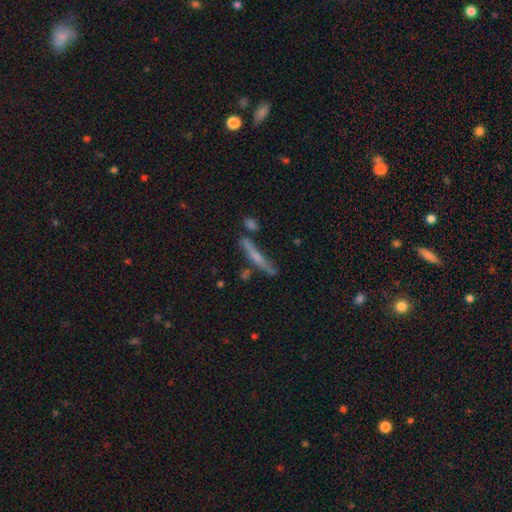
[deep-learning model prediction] smooth-or-featured: featured or disk: 52% | smooth: 41% | star or artifact: 8%
  disk-edge-on: yes: 93% | no: 7%
  merging: none: 74% | minor disturbance: 15% | merger: 8% | major disturbance: 4%